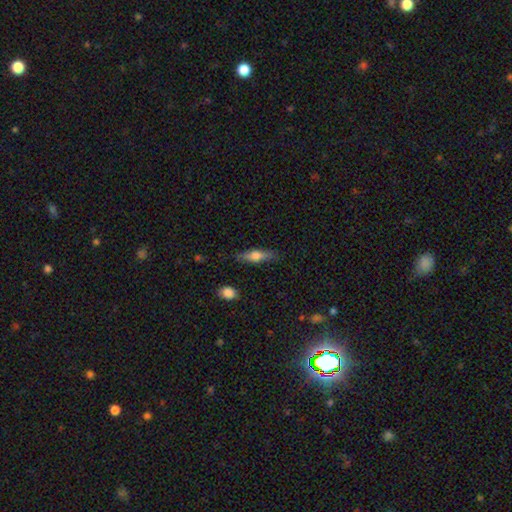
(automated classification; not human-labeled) A featured or disk galaxy (49%).

Vote fractions:
- Smooth or featured? featured or disk: 49% / smooth: 44% / star or artifact: 7%
- Merging? none: 84% / minor disturbance: 11% / major disturbance: 3% / merger: 2%